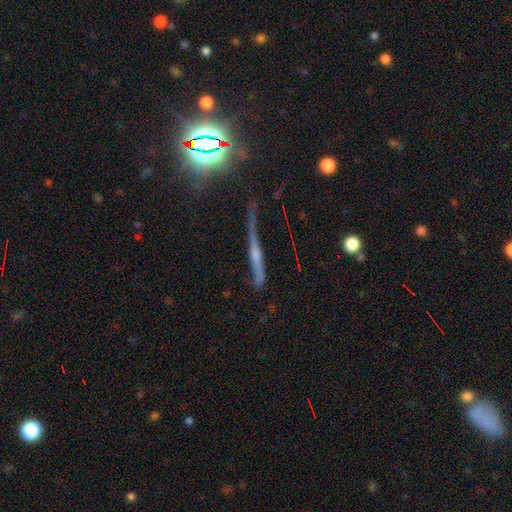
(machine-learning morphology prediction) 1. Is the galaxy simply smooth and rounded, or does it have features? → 53% featured or disk, 29% star or artifact, 18% smooth.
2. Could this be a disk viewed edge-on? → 88% yes, 12% no.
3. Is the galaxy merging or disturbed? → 74% none, 15% minor disturbance, 6% major disturbance, 4% merger.